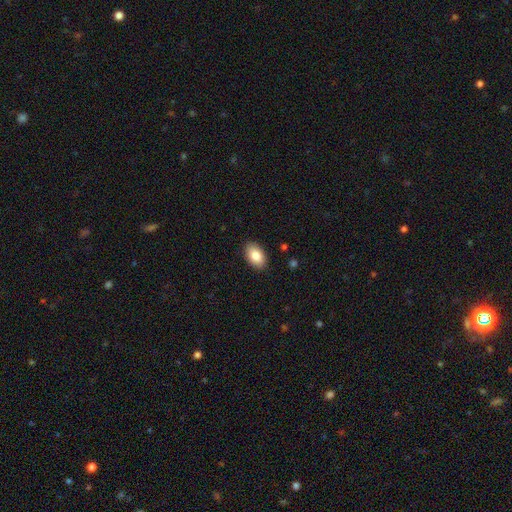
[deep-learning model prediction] A smooth galaxy with no disk features (85%) that is in between round and cigar-shaped (92%).

Vote fractions:
- Smooth or featured? smooth: 85% / featured or disk: 8% / star or artifact: 7%
- How rounded? in between: 92% / round: 7% / cigar-shaped: 1%
- Merging? none: 89% / minor disturbance: 8% / major disturbance: 2% / merger: 1%